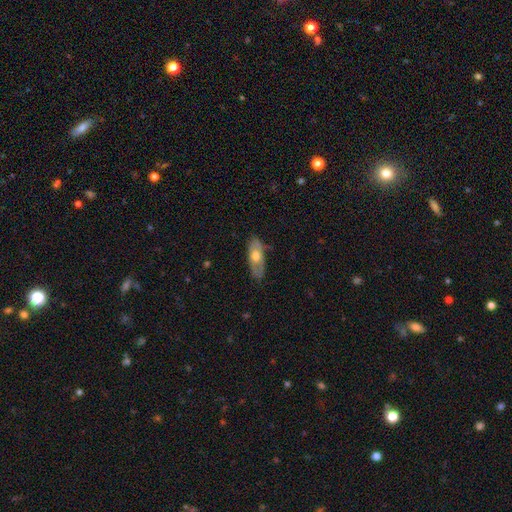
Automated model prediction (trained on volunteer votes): Overall: smooth (49%; featured or disk 45%). Merging: none (75%).